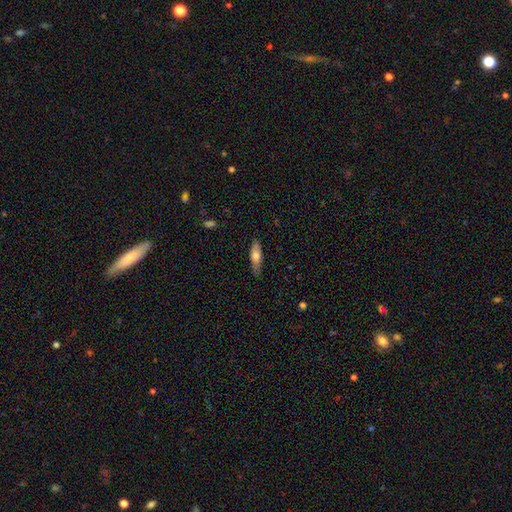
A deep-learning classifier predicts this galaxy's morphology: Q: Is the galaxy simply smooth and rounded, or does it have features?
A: smooth — 65%.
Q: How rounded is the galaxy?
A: in between — 50%.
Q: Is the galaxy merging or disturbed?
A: none — 78%.